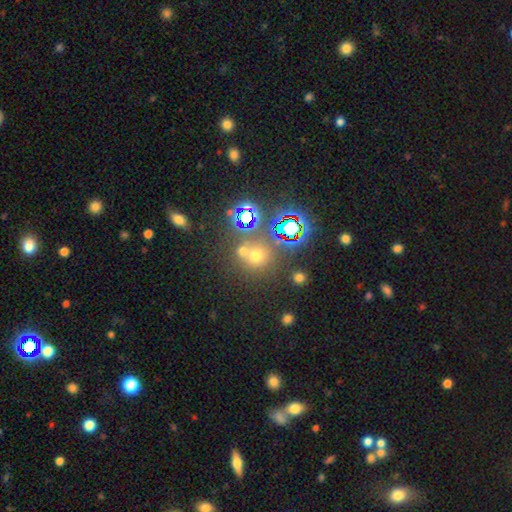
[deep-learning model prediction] Overall: smooth (54%; star or artifact 37%). How rounded: round (88%). Merging: none (61%; merger 26%).